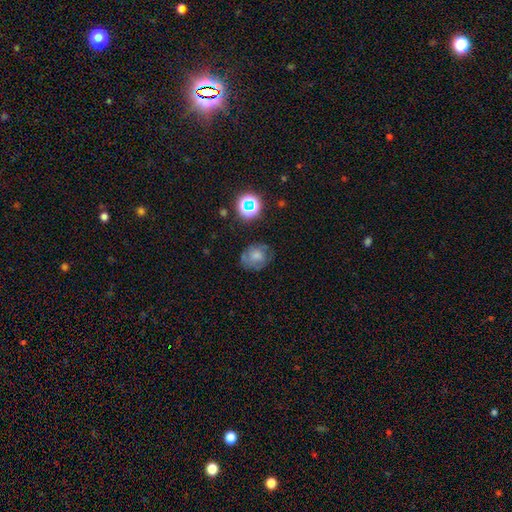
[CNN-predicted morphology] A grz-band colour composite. It shows a smooth galaxy with no disk features (57%) that is round (65%). Merging: none (58%).